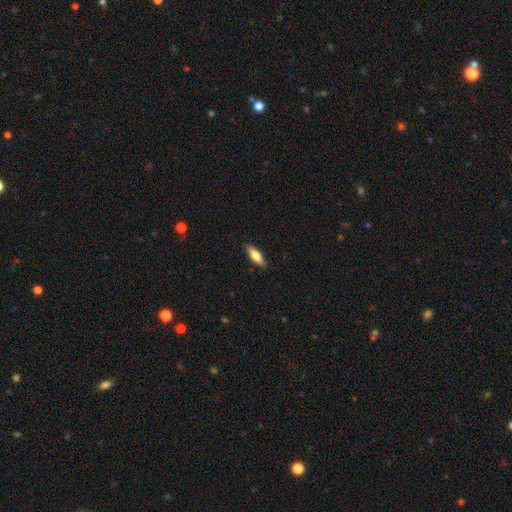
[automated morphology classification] A smooth galaxy with no disk features (65%) that is in between round and cigar-shaped (58%).

Vote fractions:
- Smooth or featured? smooth: 65% / featured or disk: 29% / star or artifact: 6%
- How rounded? in between: 58% / cigar-shaped: 39% / round: 3%
- Merging? none: 89% / minor disturbance: 9% / major disturbance: 2% / merger: 1%